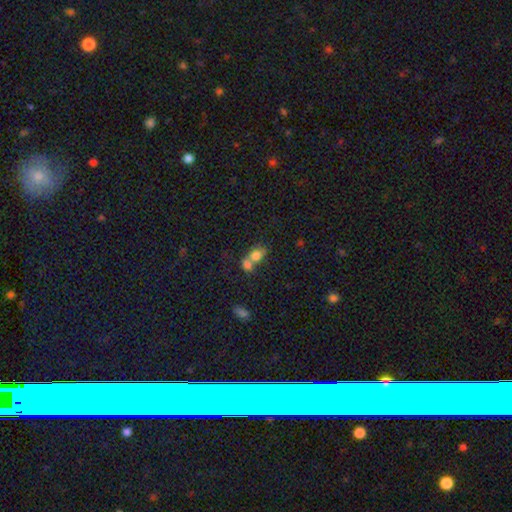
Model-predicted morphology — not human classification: smooth_or_featured: smooth (p=0.75) [alt: featured or disk p=0.15]
how_rounded: in between (p=0.55) [alt: round p=0.43]
merging: merger (p=0.70) [alt: none p=0.19]